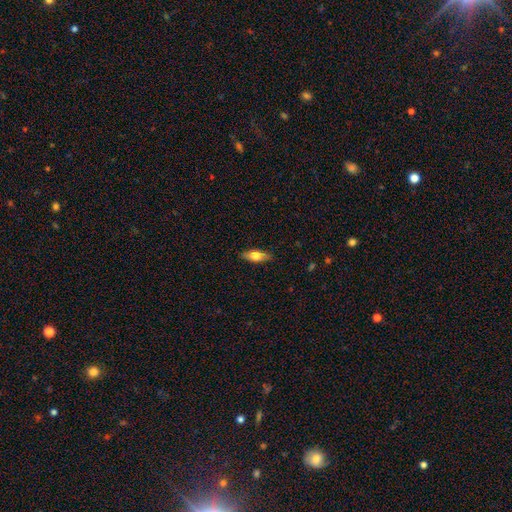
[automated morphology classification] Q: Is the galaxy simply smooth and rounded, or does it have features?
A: smooth — 64%.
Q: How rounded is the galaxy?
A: in between — 68%.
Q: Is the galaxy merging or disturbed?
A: none — 87%.